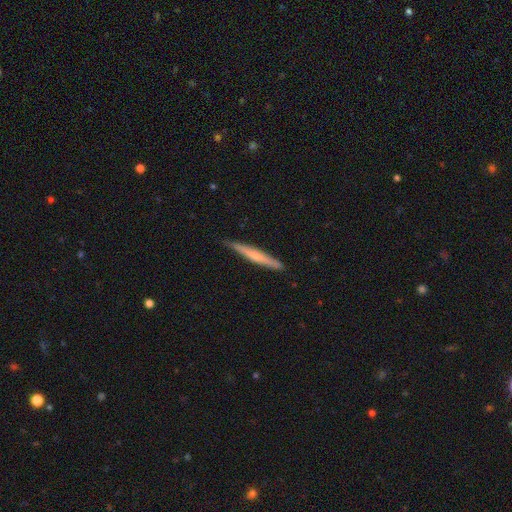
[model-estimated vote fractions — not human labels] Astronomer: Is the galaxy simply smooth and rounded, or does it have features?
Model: smooth — 47%, tied with featured or disk at 47%.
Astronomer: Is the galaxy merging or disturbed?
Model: none — 86%.